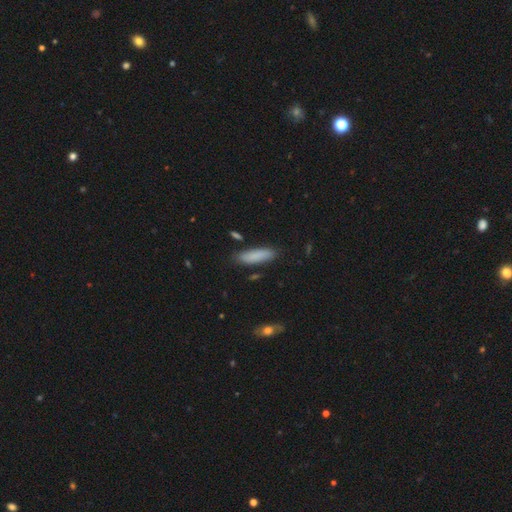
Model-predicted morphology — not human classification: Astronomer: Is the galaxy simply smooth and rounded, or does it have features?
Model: smooth — 85%.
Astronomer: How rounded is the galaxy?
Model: cigar-shaped — 61% (runner-up: in between, 38%).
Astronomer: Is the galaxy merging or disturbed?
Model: none — 85%.